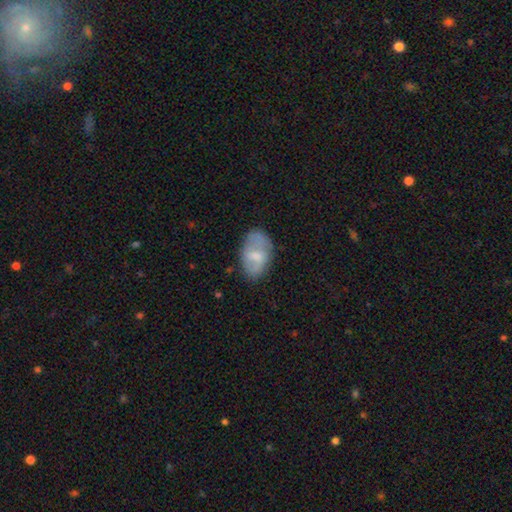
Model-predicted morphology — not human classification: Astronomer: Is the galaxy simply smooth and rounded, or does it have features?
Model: smooth — 57% (runner-up: featured or disk, 36%).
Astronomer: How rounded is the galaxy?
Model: in between — 91%.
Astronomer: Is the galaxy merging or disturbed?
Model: none — 62%.